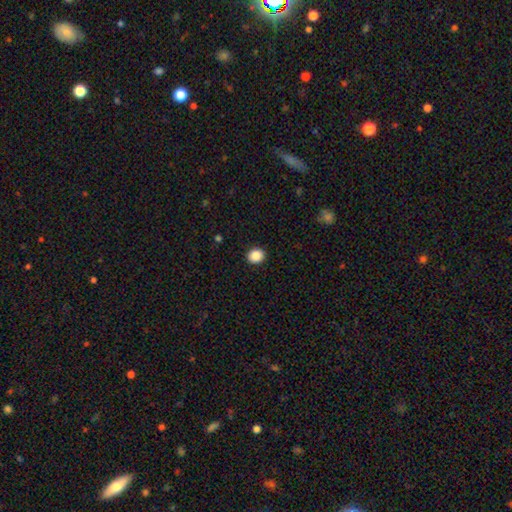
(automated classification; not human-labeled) Q: Smooth or featured?
A: smooth (88%); runner-up: star or artifact (9%)
Q: How rounded?
A: round (75%); runner-up: in between (24%)
Q: Merging?
A: none (92%); runner-up: minor disturbance (5%)